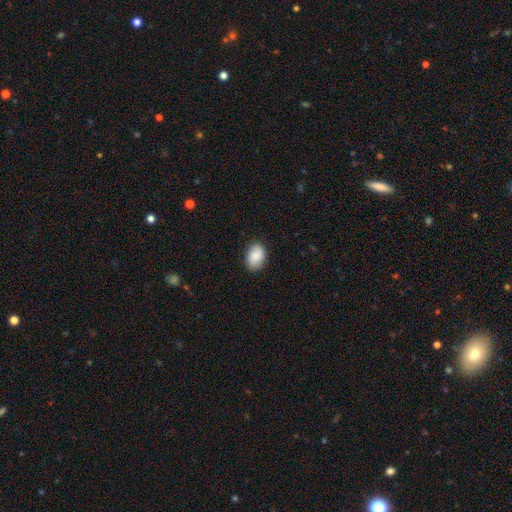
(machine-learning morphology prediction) Smooth or featured? smooth (83%)
How rounded? in between (82%)
Merging? none (84%)